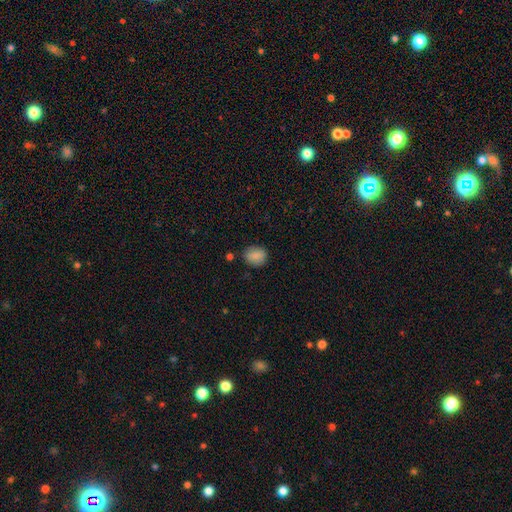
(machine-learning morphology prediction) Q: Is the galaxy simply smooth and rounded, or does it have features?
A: smooth — 86%.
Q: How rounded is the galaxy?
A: round — 54%.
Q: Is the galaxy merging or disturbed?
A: none — 82%.